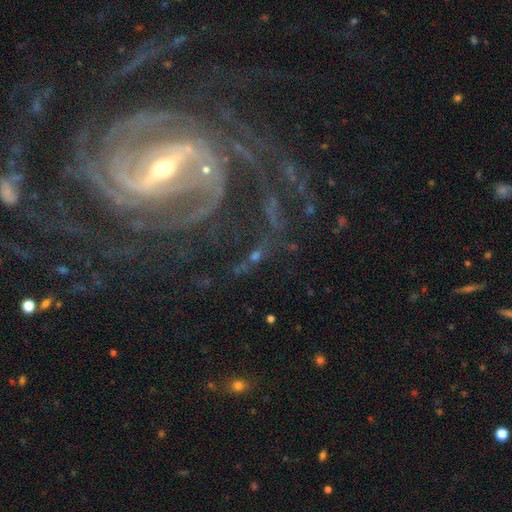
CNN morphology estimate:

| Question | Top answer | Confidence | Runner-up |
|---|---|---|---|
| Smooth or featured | featured or disk | 51% | star or artifact (30%) |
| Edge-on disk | no | 78% | yes (22%) |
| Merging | none | 59% | minor disturbance (18%) |